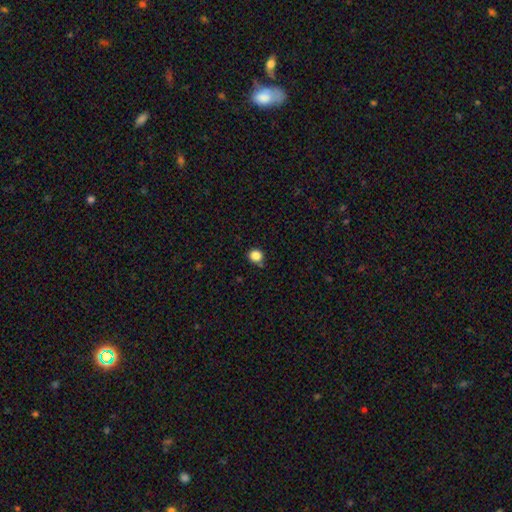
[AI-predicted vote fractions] Smooth or featured: smooth — 85% (star or artifact — 12%)
How rounded: round — 90% (in between — 9%)
Merging: none — 82% (minor disturbance — 11%)